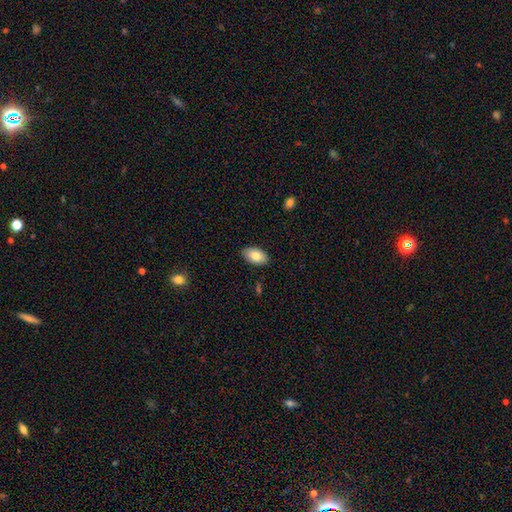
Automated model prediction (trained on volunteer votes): This is clearly a smooth galaxy (82%). How rounded: clearly in between (95%). Merging: clearly none (88%).